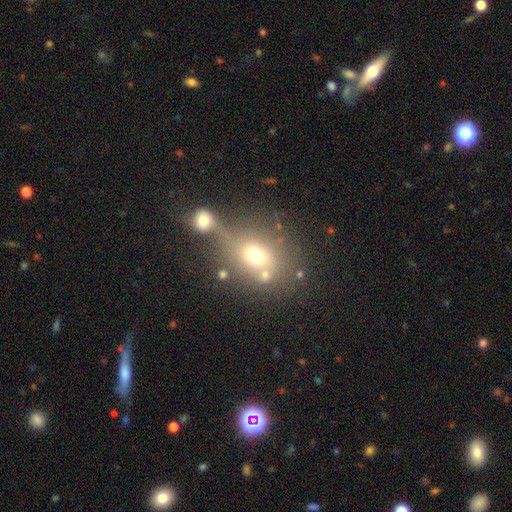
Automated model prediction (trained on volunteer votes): smooth 63%, featured or disk 21%, star or artifact 17%. Down the decision tree: how rounded — round (58%); merging — none (40%).